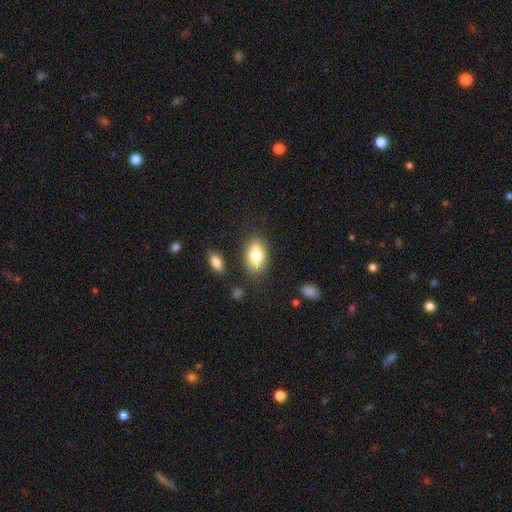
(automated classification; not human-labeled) Q: Smooth or featured?
A: smooth (78%); runner-up: featured or disk (14%)
Q: How rounded?
A: in between (89%); runner-up: round (9%)
Q: Merging?
A: none (79%); runner-up: minor disturbance (13%)